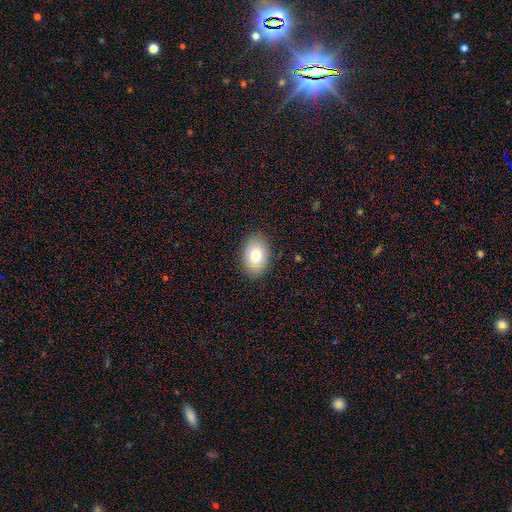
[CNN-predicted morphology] Smooth or featured: smooth — 75% (featured or disk — 16%)
How rounded: in between — 79% (round — 19%)
Merging: none — 84% (minor disturbance — 12%)